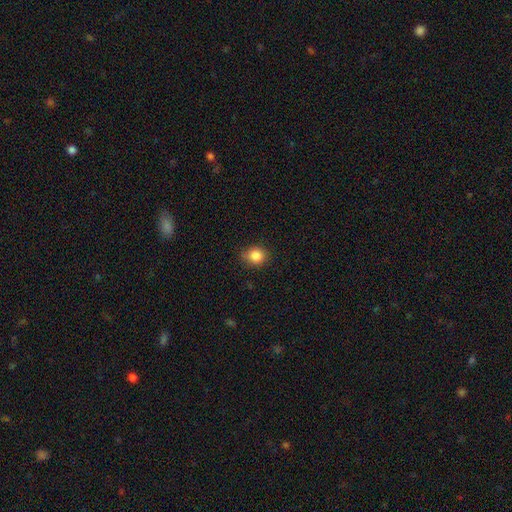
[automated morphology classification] type=smooth (86%); roundness=round (72%); merging=none (80%).